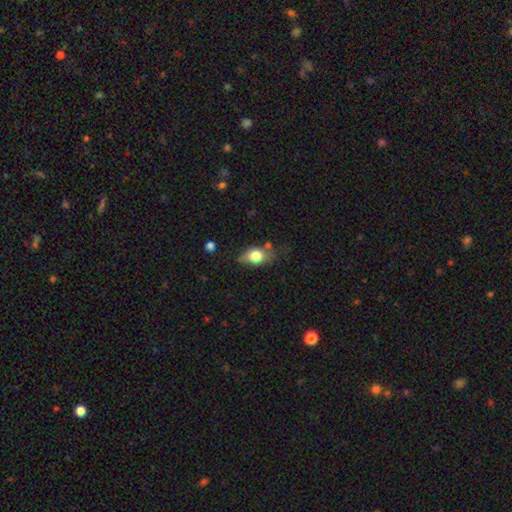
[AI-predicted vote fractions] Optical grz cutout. It shows a smooth galaxy with no disk features (75%) that is in between round and cigar-shaped (67%). Merging: none (51%).